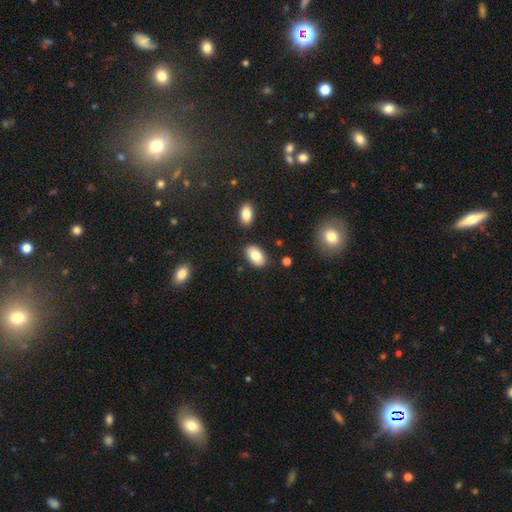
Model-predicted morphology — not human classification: This appears to be a smooth galaxy with no disk features (83%) that is in between round and cigar-shaped (91%). Merging: none (84%).